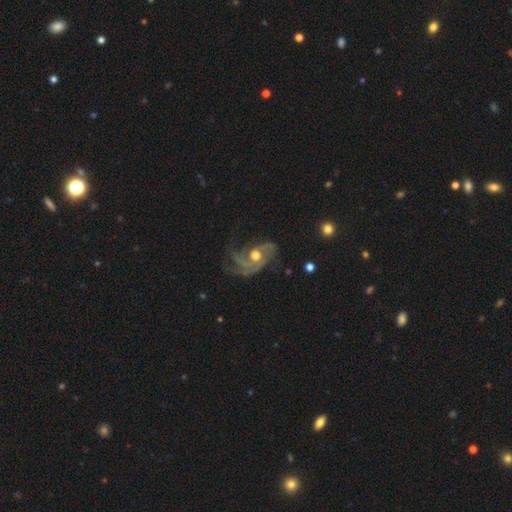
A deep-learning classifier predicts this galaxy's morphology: Smooth or featured?
  - featured or disk: 86% *
  - smooth: 8%
  - star or artifact: 6%
Edge-on disk?
  - no: 97% *
  - yes: 3%
Bar?
  - no: 73% *
  - weak: 21%
  - strong: 6%
Spiral arms?
  - yes: 96% *
  - no: 4%
Spiral winding?
  - medium: 48% *
  - tight: 28%
  - loose: 23%
Spiral arm count?
  - 3: 34% *
  - 2: 28%
  - can't tell: 14%
  - 4: 9%
  - 1: 7%
  - more than 4: 6%
Bulge size?
  - moderate: 76% *
  - large: 13%
  - small: 9%
  - none: 1%
  - dominant: 1%
Merging?
  - none: 51% *
  - minor disturbance: 23%
  - major disturbance: 23%
  - merger: 3%